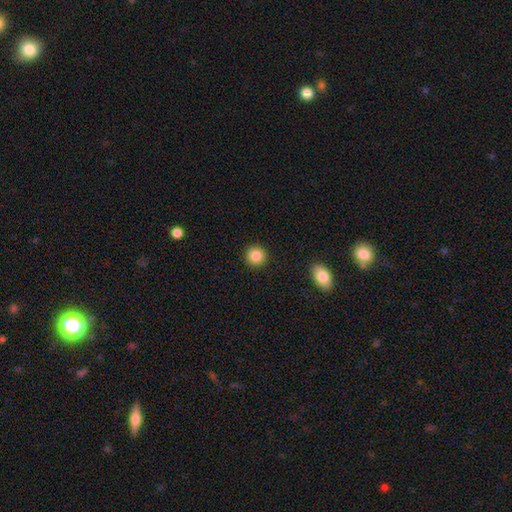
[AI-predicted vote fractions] smooth-or-featured: smooth: 86% | star or artifact: 10% | featured or disk: 5%
  how-rounded: round: 94% | in between: 5% | cigar-shaped: 1%
  merging: none: 92% | minor disturbance: 5% | major disturbance: 2% | merger: 1%